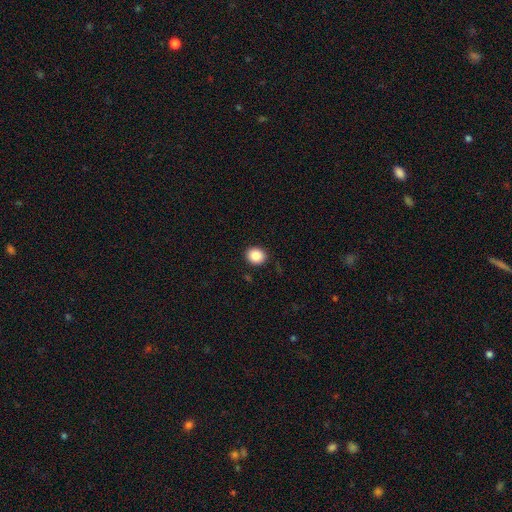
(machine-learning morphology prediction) A smooth galaxy with no disk features (88%) that is round (70%). Merging: none (90%).